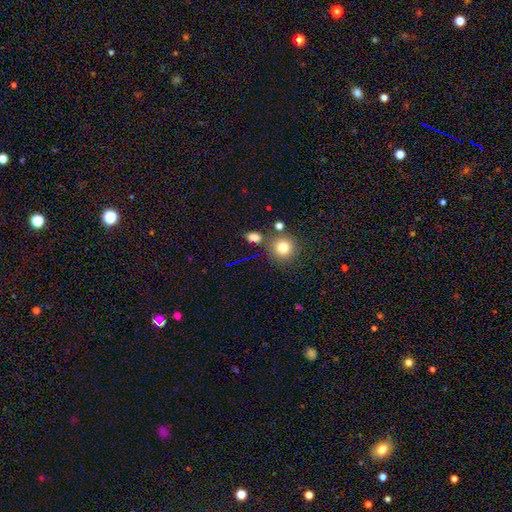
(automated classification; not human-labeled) The model was most divided on "how rounded": round: 52%, in between: 42%, cigar-shaped: 6%. More confident: merging — none (76%); smooth or featured — smooth (72%).